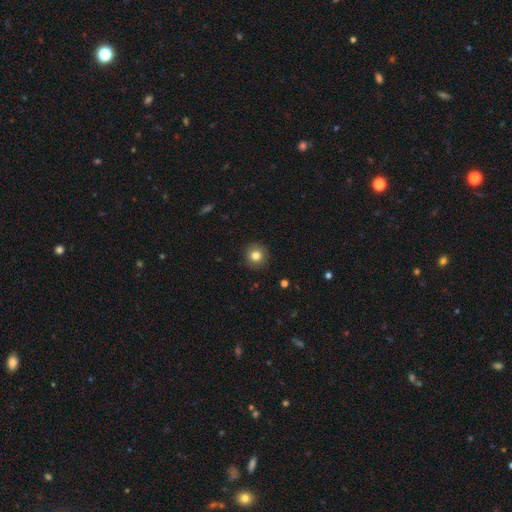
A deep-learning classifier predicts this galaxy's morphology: This is clearly a smooth galaxy (82%). How rounded: clearly round (93%). Merging: clearly none (92%).